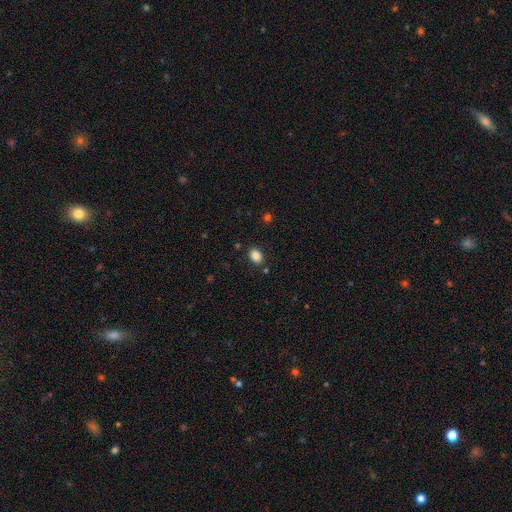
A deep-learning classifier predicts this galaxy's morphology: Smooth or featured? smooth (85%)
How rounded? in between (67%)
Merging? none (84%)